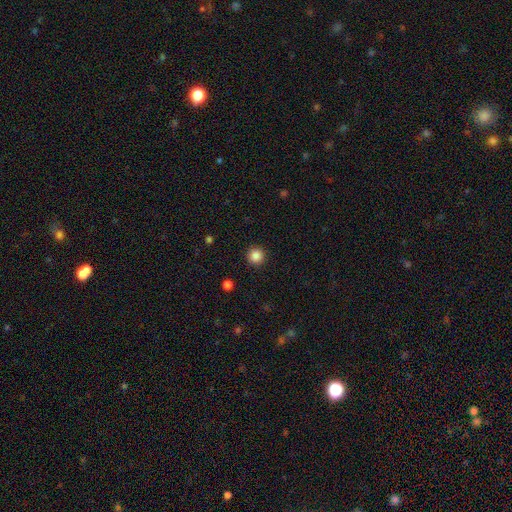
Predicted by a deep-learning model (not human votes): This appears to be a smooth galaxy with no disk features (86%) that is round (96%). Merging: none (93%).